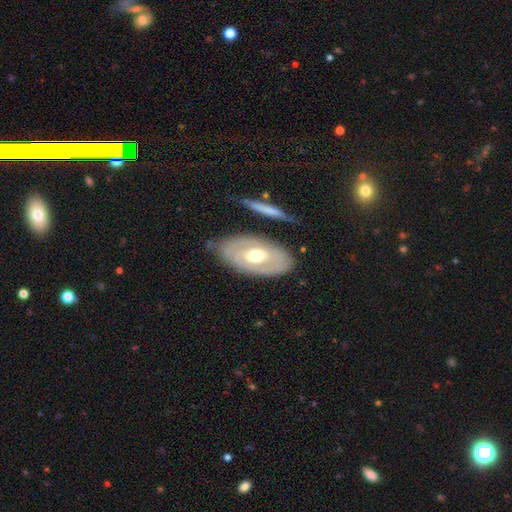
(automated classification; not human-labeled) A featured or disk galaxy (61%) with no bar (53%), no spiral arms (66%) and a moderate central bulge (75%). Merging: none (73%).